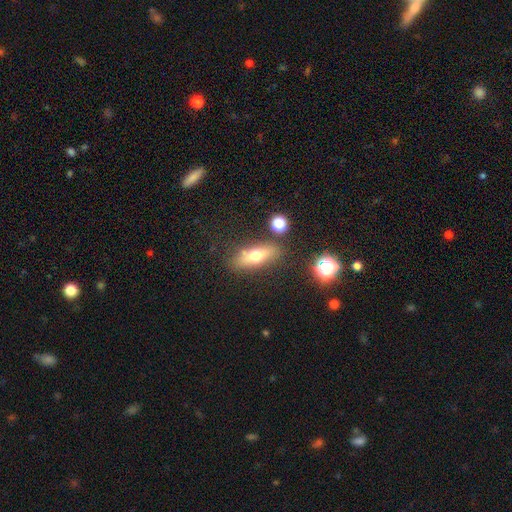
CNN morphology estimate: A smooth galaxy with no disk features (59%) that is in between round and cigar-shaped (56%). Merging: none (76%).